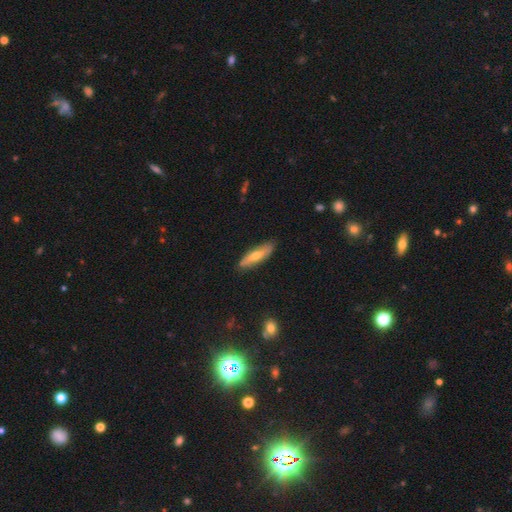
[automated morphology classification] A smooth galaxy with no disk features (57%) that is cigar-shaped (60%). Merging: none (86%).